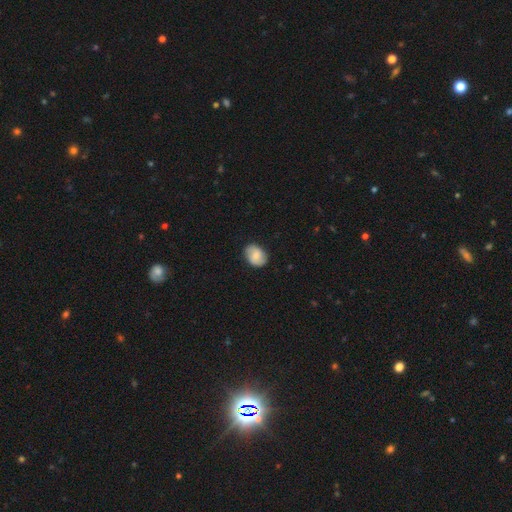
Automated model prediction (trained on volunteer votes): The model was most divided on "how rounded": in between: 67%, round: 32%, cigar-shaped: 1%. More confident: merging — none (82%); smooth or featured — smooth (73%).